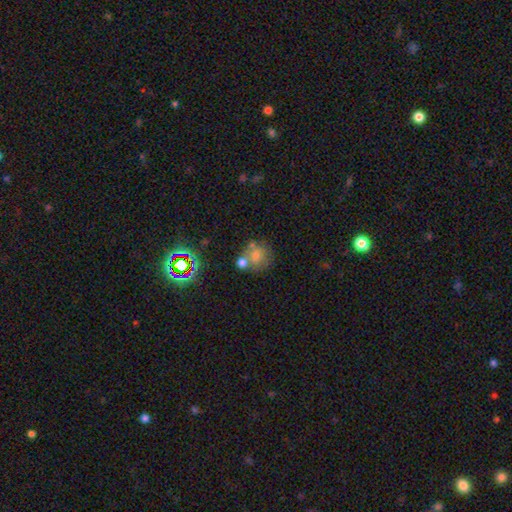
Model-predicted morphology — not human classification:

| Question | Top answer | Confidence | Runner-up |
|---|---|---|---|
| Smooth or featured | smooth | 66% | featured or disk (17%) |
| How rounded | round | 81% | in between (18%) |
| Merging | none | 49% | merger (33%) |